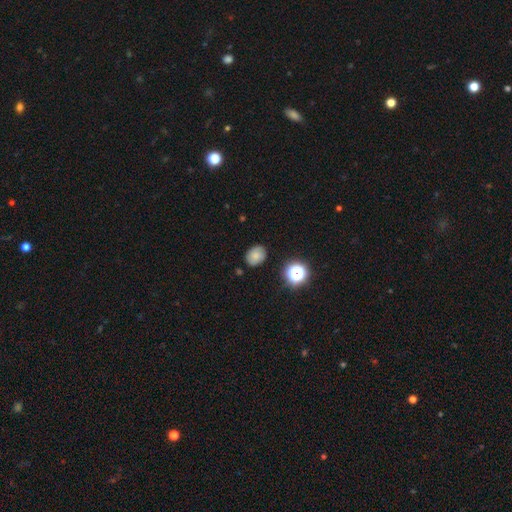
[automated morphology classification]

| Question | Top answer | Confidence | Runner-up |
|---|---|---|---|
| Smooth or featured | smooth | 75% | star or artifact (14%) |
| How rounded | in between | 60% | round (39%) |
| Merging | none | 80% | minor disturbance (14%) |